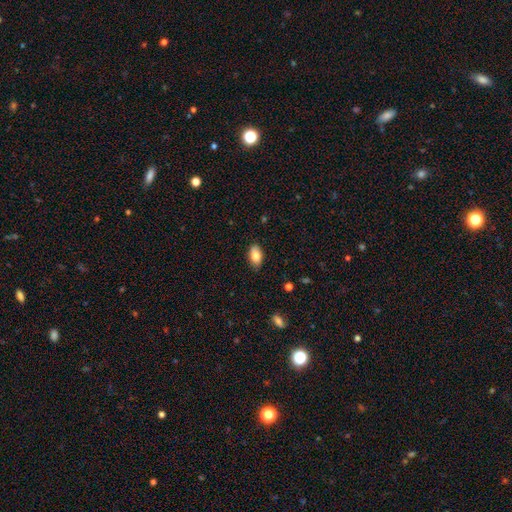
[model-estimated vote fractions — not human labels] The model was most divided on "smooth or featured": smooth: 81%, featured or disk: 12%, star or artifact: 7%. More confident: how rounded — in between (92%); merging — none (85%).